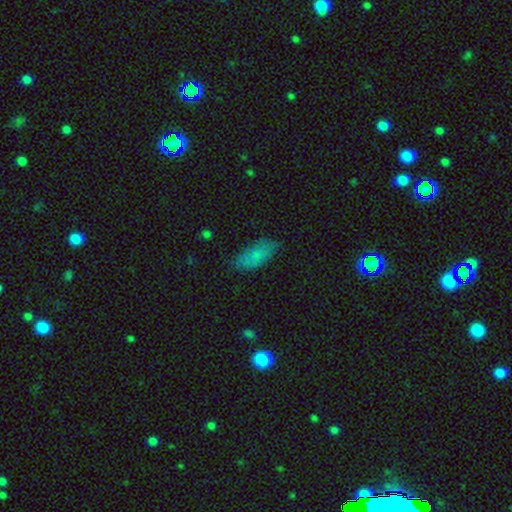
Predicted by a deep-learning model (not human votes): smooth 81%, featured or disk 10%, star or artifact 8%. Down the decision tree: how rounded — in between (87%); merging — none (78%).